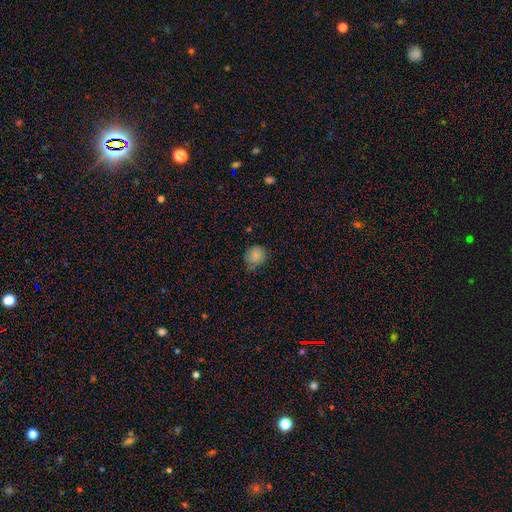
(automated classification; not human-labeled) Smooth or featured: smooth — 84% (star or artifact — 10%)
How rounded: round — 84% (in between — 16%)
Merging: none — 67% (minor disturbance — 27%)